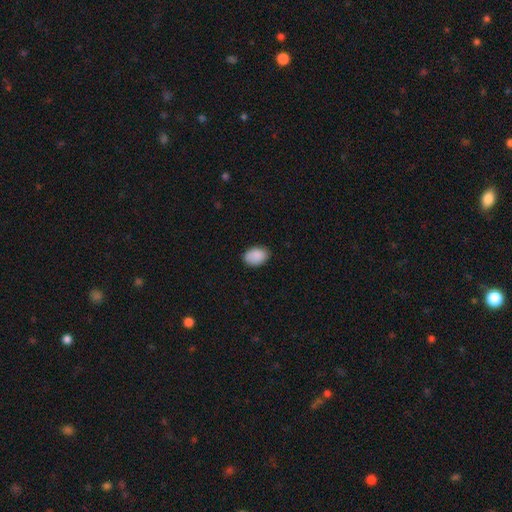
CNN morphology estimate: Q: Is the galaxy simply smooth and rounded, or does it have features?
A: smooth — 90%.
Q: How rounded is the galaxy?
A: in between — 84%.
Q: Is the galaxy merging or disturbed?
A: none — 84%.